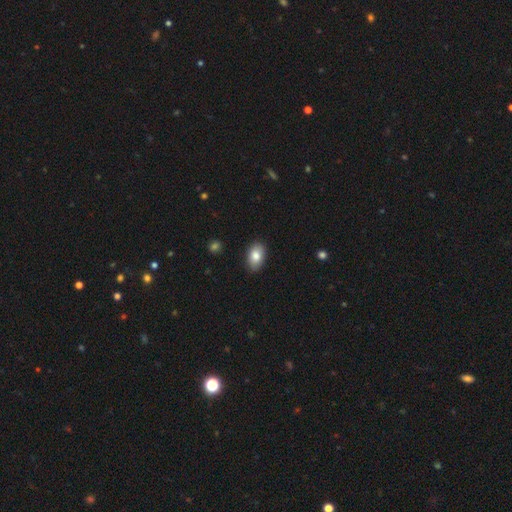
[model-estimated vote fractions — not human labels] Smooth or featured? smooth (83%)
How rounded? in between (91%)
Merging? none (88%)